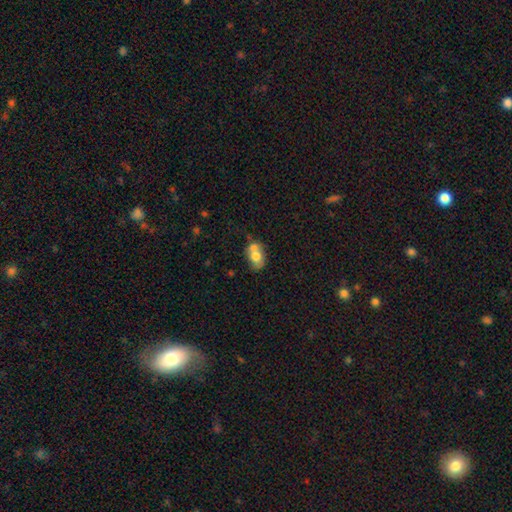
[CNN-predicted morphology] The model was most divided on "merging": merger: 42%, none: 37%, minor disturbance: 16%, major disturbance: 6%. More confident: how rounded — in between (67%); smooth or featured — smooth (66%).